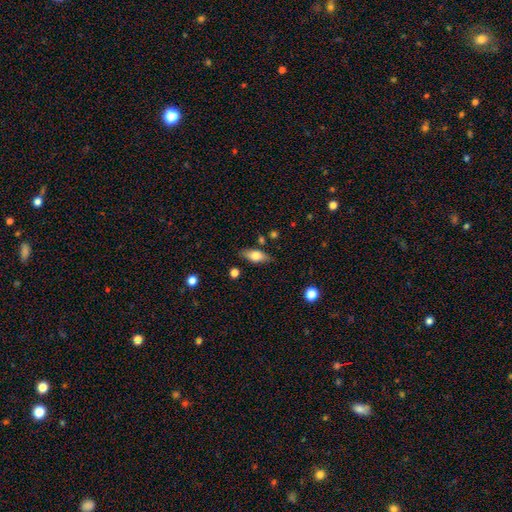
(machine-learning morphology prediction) Smooth or featured? Predicted: smooth (p=0.67). How rounded? Predicted: in between (p=0.77). Merging? Predicted: none (p=0.80).